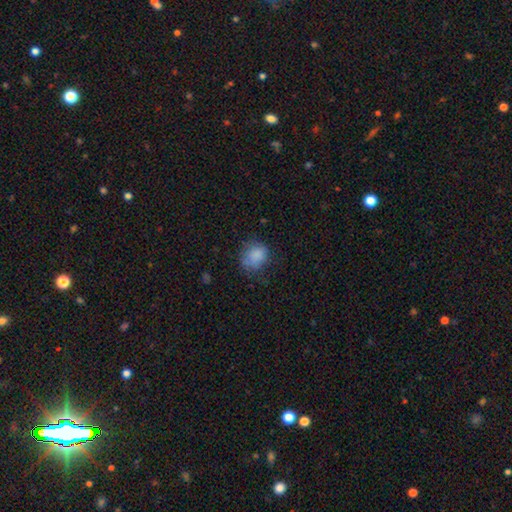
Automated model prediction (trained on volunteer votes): Smooth or featured?
  - smooth: 81% *
  - star or artifact: 10%
  - featured or disk: 9%
How rounded?
  - round: 61% *
  - in between: 38%
  - cigar-shaped: 1%
Merging?
  - none: 58% *
  - minor disturbance: 27%
  - major disturbance: 13%
  - merger: 2%